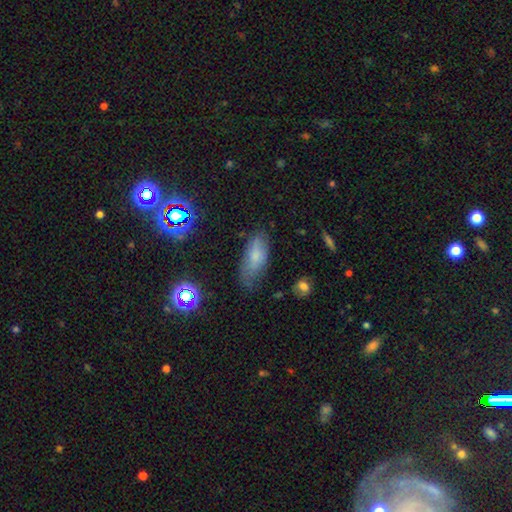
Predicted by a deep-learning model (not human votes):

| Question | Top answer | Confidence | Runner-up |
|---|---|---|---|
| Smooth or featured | smooth | 67% | featured or disk (20%) |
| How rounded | in between | 80% | cigar-shaped (16%) |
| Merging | none | 57% | minor disturbance (30%) |